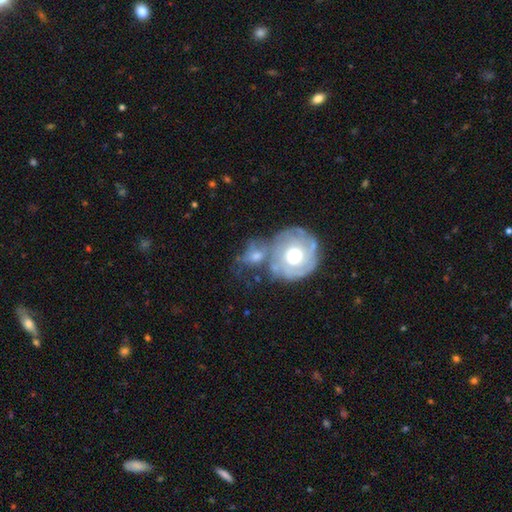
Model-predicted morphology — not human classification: Smooth or featured? Predicted: featured or disk (p=0.53). Edge-on disk? Predicted: no (p=0.95). Bar? Predicted: no (p=0.76). Spiral arms? Predicted: yes (p=0.63). Bulge size? Predicted: moderate (p=0.62). Merging? Predicted: merger (p=0.41).